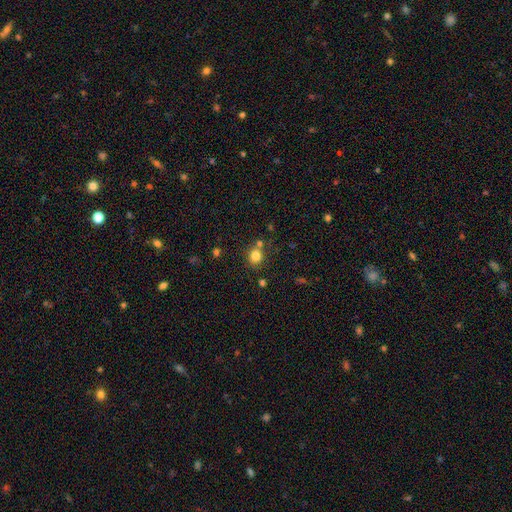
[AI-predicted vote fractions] A smooth galaxy with no disk features (82%) that is round (80%).

Vote fractions:
- Smooth or featured? smooth: 82% / star or artifact: 12% / featured or disk: 6%
- How rounded? round: 80% / in between: 19% / cigar-shaped: 1%
- Merging? none: 70% / merger: 14% / minor disturbance: 12% / major disturbance: 4%